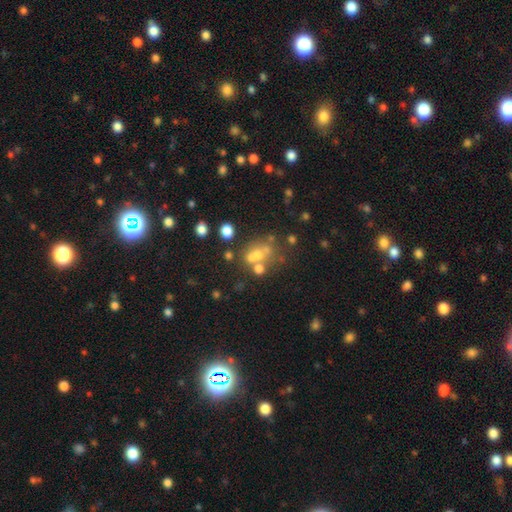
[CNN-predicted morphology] smooth 42%, star or artifact 31%, featured or disk 26%. Down the decision tree: merging — none (43%).